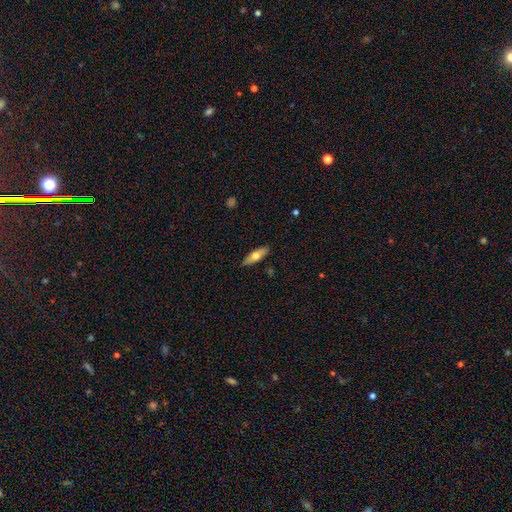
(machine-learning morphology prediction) smooth-or-featured: smooth: 59% | featured or disk: 35% | star or artifact: 6%
  how-rounded: in between: 55% | cigar-shaped: 42% | round: 3%
  merging: none: 88% | minor disturbance: 9% | major disturbance: 2% | merger: 1%